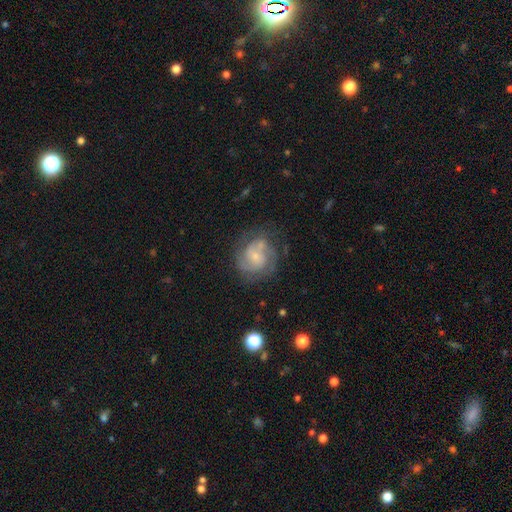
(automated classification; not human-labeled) Smooth or featured?
  - featured or disk: 75% *
  - smooth: 18%
  - star or artifact: 7%
Edge-on disk?
  - no: 98% *
  - yes: 2%
Bar?
  - no: 66% *
  - weak: 29%
  - strong: 5%
Spiral arms?
  - yes: 90% *
  - no: 10%
Spiral winding?
  - tight: 50% *
  - medium: 39%
  - loose: 12%
Spiral arm count?
  - 2: 41% *
  - can't tell: 25%
  - 3: 21%
  - 4: 5%
  - 1: 5%
  - more than 4: 4%
Bulge size?
  - small: 69% *
  - moderate: 22%
  - none: 6%
  - large: 2%
  - dominant: 1%
Merging?
  - none: 62% *
  - minor disturbance: 19%
  - major disturbance: 12%
  - merger: 6%